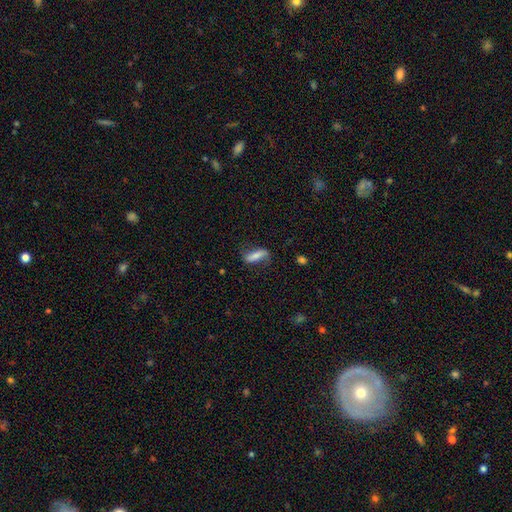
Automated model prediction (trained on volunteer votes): The model was most divided on "how rounded": cigar-shaped: 50%, in between: 47%, round: 3%. More confident: merging — none (68%); smooth or featured — smooth (56%).